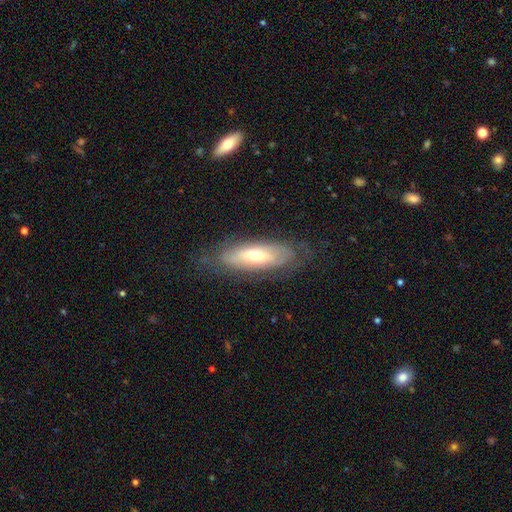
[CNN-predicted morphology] type=featured or disk (55%); edge-on=no (70%); merging=none (73%).